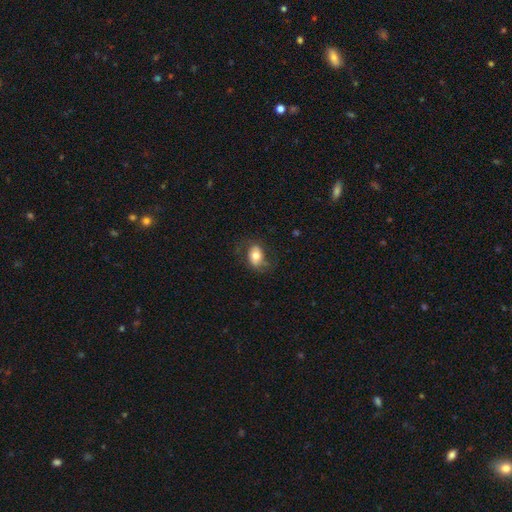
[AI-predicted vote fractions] A smooth galaxy with no disk features (70%) that is in between round and cigar-shaped (78%).

Vote fractions:
- Smooth or featured? smooth: 70% / featured or disk: 22% / star or artifact: 8%
- How rounded? in between: 78% / round: 20% / cigar-shaped: 1%
- Merging? none: 67% / minor disturbance: 20% / major disturbance: 12% / merger: 1%